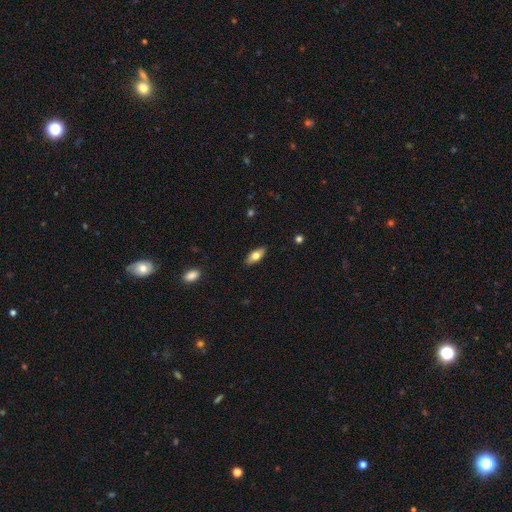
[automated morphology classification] Smooth or featured?
  - smooth: 71% *
  - featured or disk: 23%
  - star or artifact: 7%
How rounded?
  - in between: 83% *
  - cigar-shaped: 14%
  - round: 3%
Merging?
  - none: 87% *
  - minor disturbance: 10%
  - major disturbance: 2%
  - merger: 1%